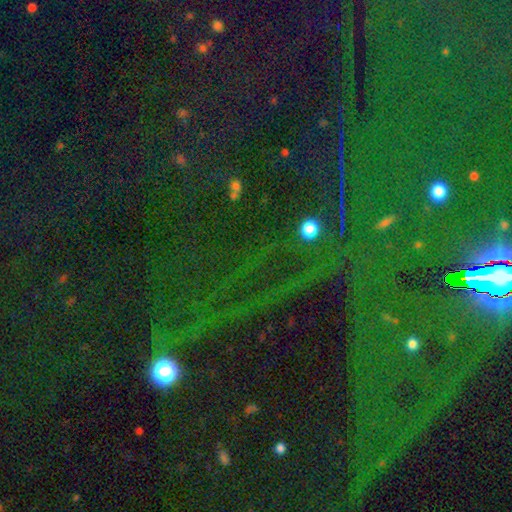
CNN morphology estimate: Q: Smooth or featured?
A: star or artifact (84%); runner-up: smooth (9%)